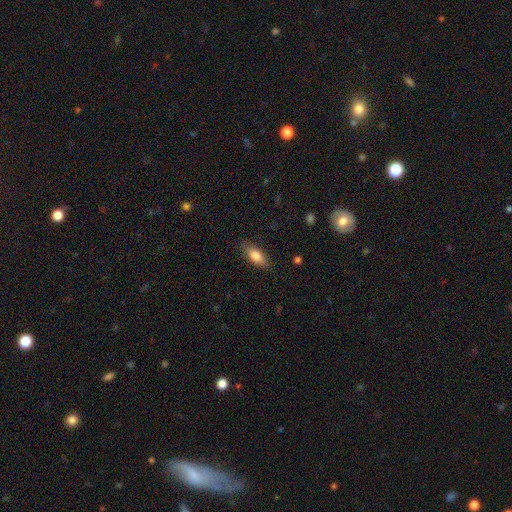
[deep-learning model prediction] smooth 83%, featured or disk 10%, star or artifact 7%. Down the decision tree: how rounded — in between (80%); merging — none (83%).